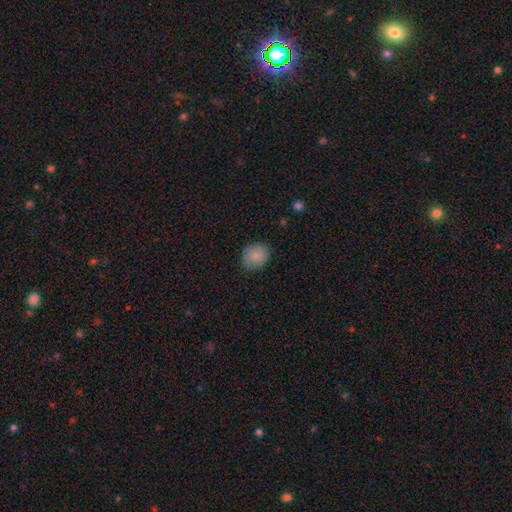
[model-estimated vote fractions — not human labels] The model was most divided on "how rounded": round: 58%, in between: 41%, cigar-shaped: 1%. More confident: smooth or featured — smooth (85%); merging — none (79%).